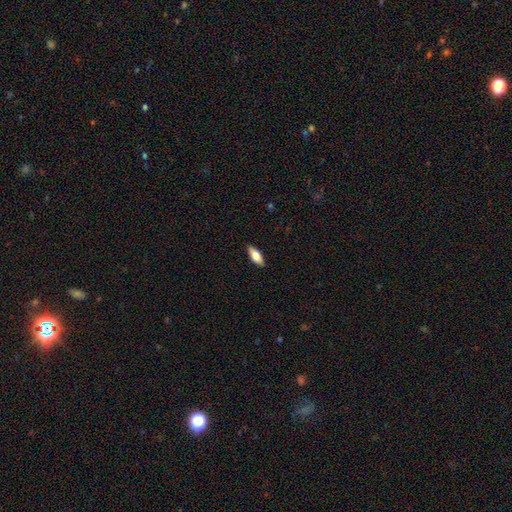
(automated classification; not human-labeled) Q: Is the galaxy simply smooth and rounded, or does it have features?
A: smooth — 71%.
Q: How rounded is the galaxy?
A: in between — 77%.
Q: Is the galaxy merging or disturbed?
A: none — 88%.